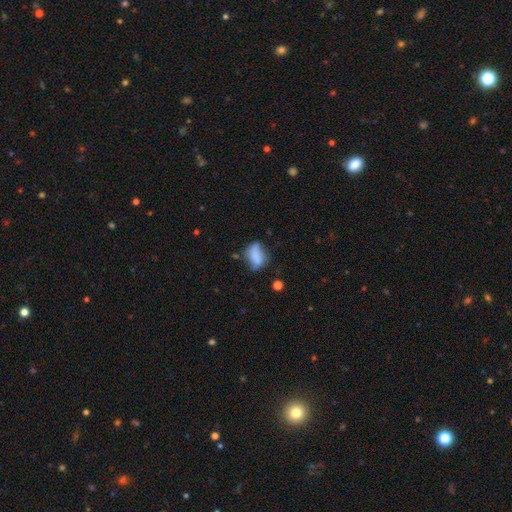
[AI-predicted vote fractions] Smooth or featured?
  - smooth: 72% *
  - featured or disk: 19%
  - star or artifact: 9%
How rounded?
  - in between: 85% *
  - round: 9%
  - cigar-shaped: 6%
Merging?
  - none: 44% *
  - minor disturbance: 34%
  - major disturbance: 16%
  - merger: 6%